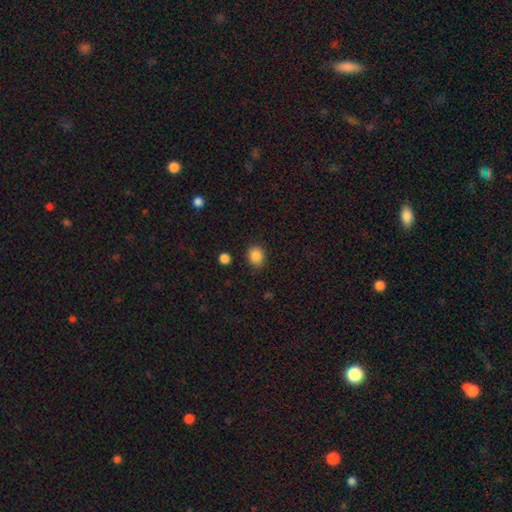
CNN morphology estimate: Overall: smooth (87%). How rounded: round (74%). Merging: none (86%).